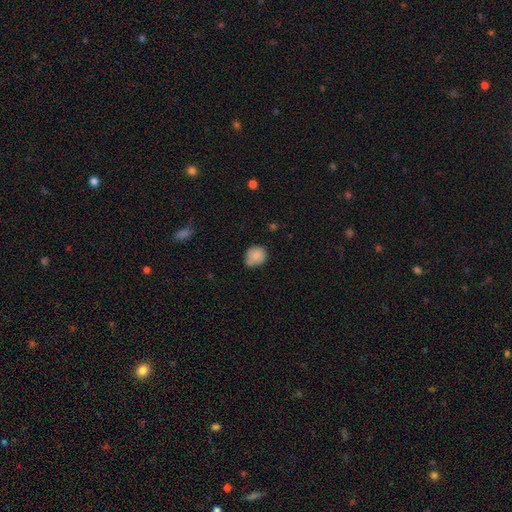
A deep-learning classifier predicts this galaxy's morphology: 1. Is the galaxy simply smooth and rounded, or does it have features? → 84% smooth, 8% star or artifact, 8% featured or disk.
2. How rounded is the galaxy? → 73% round, 26% in between, 1% cigar-shaped.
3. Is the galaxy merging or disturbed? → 62% none, 29% minor disturbance, 5% major disturbance, 4% merger.